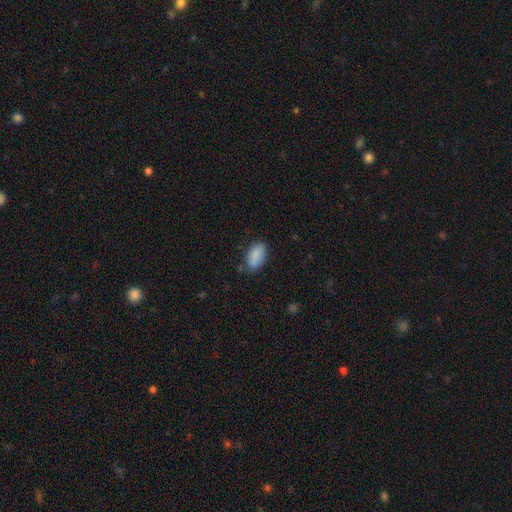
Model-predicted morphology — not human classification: This is clearly a smooth galaxy (89%). How rounded: clearly in between (93%). Merging: likely none (79%).